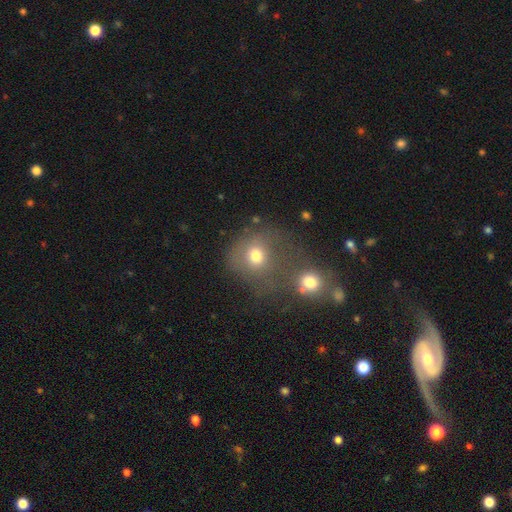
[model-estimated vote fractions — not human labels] This appears to be a smooth galaxy with no disk features (69%) that is round (76%). Merging: merger (47%).